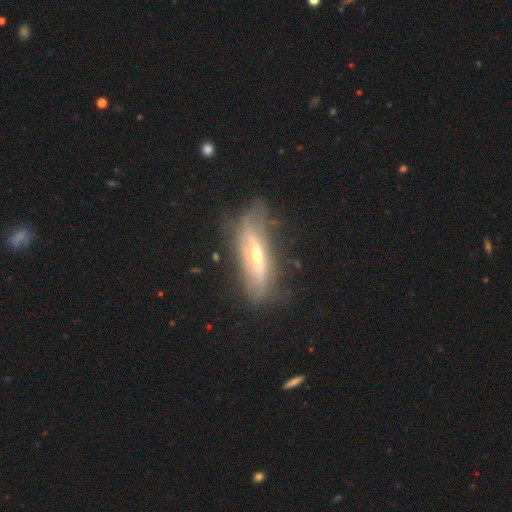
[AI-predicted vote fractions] A featured or disk galaxy (69%) viewed edge-on (69%).

Vote fractions:
- Smooth or featured? featured or disk: 69% / smooth: 25% / star or artifact: 6%
- Edge-on disk? yes: 69% / no: 31%
- Merging? none: 60% / minor disturbance: 25% / major disturbance: 13% / merger: 2%